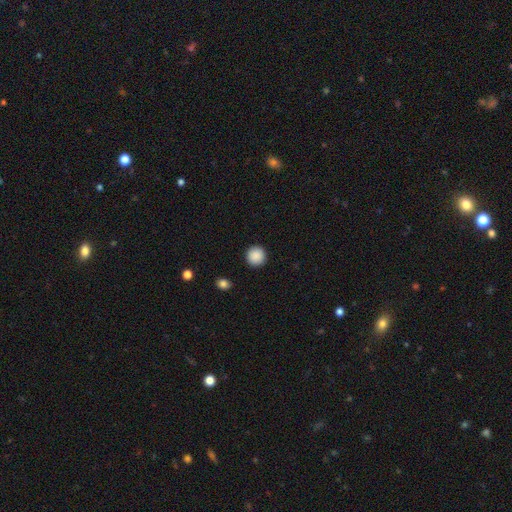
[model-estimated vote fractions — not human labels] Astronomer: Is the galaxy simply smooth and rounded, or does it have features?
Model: smooth — 89%.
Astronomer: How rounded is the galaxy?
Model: round — 95%.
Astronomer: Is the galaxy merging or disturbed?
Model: none — 92%.